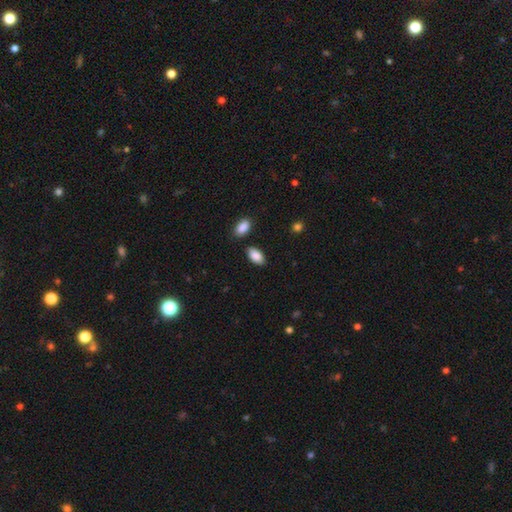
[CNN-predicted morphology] Smooth or featured: smooth — 89% (star or artifact — 6%)
How rounded: in between — 94% (cigar-shaped — 3%)
Merging: none — 82% (minor disturbance — 11%)